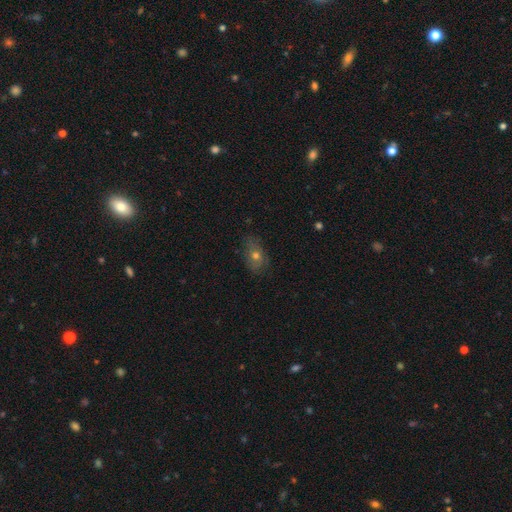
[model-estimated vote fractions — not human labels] This appears to be a smooth galaxy with no disk features (55%) that is in between round and cigar-shaped (74%). Merging: none (72%).